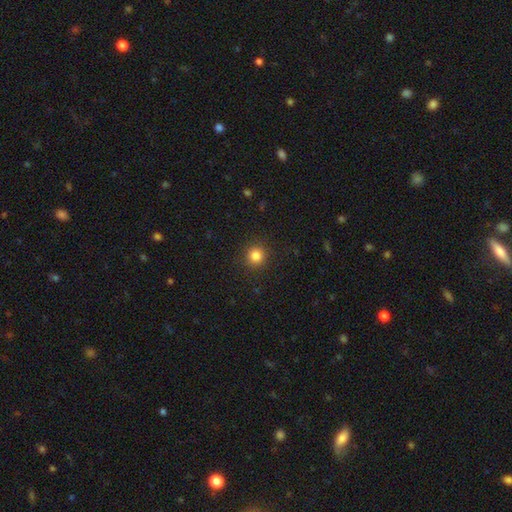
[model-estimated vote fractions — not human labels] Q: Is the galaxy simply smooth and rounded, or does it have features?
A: smooth — 84%.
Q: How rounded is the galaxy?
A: round — 94%.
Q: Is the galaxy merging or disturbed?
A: none — 91%.